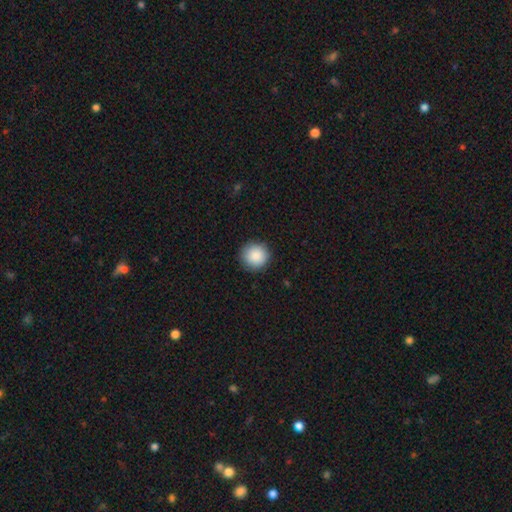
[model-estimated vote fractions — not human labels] smooth_or_featured: smooth (p=0.88) [alt: star or artifact p=0.08]
how_rounded: round (p=0.95) [alt: in between p=0.04]
merging: none (p=0.90) [alt: minor disturbance p=0.07]